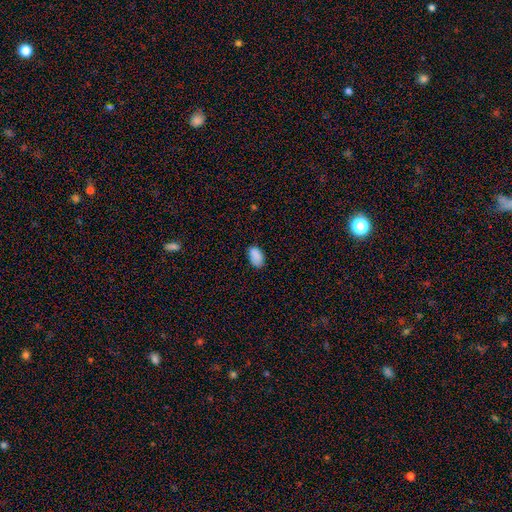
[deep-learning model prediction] A smooth galaxy with no disk features (87%) that is in between round and cigar-shaped (93%).

Vote fractions:
- Smooth or featured? smooth: 87% / star or artifact: 9% / featured or disk: 4%
- How rounded? in between: 93% / round: 6% / cigar-shaped: 1%
- Merging? none: 78% / minor disturbance: 17% / major disturbance: 3% / merger: 1%